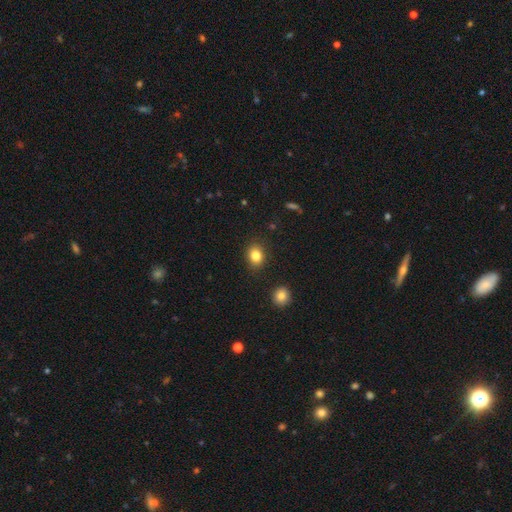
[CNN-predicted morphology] smooth 83%, star or artifact 10%, featured or disk 6%. Down the decision tree: how rounded — in between (50%); merging — none (87%).